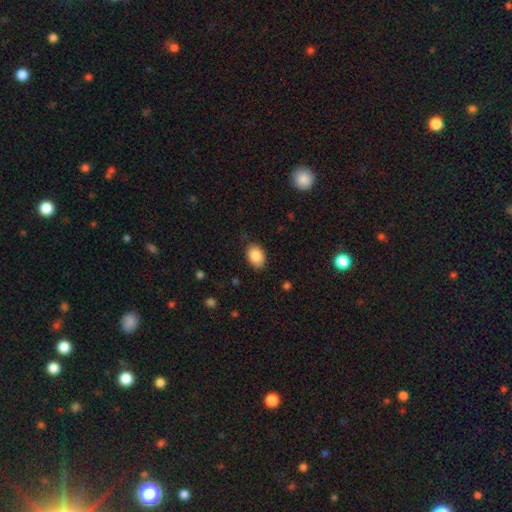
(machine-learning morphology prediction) smooth-or-featured: smooth: 87% | star or artifact: 7% | featured or disk: 6%
  how-rounded: in between: 82% | round: 17% | cigar-shaped: 1%
  merging: none: 83% | minor disturbance: 13% | major disturbance: 3% | merger: 1%